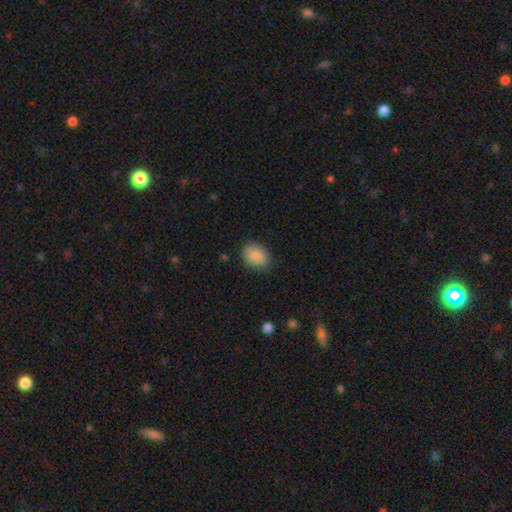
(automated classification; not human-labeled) Smooth or featured: smooth — 87% (star or artifact — 7%)
How rounded: in between — 67% (round — 32%)
Merging: none — 83% (minor disturbance — 13%)